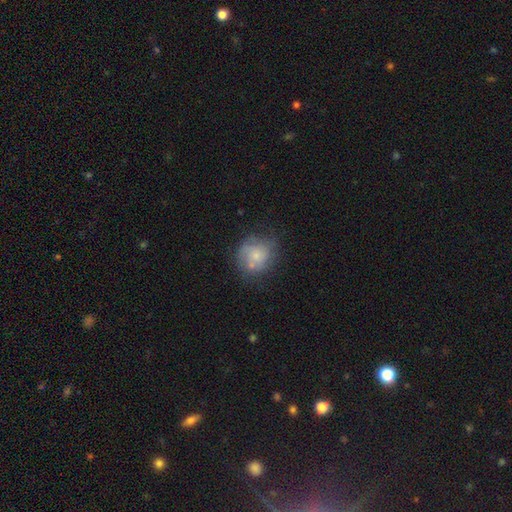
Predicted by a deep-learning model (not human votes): This is likely a smooth galaxy (61%). How rounded: likely round (80%). Merging: possibly none (53%).